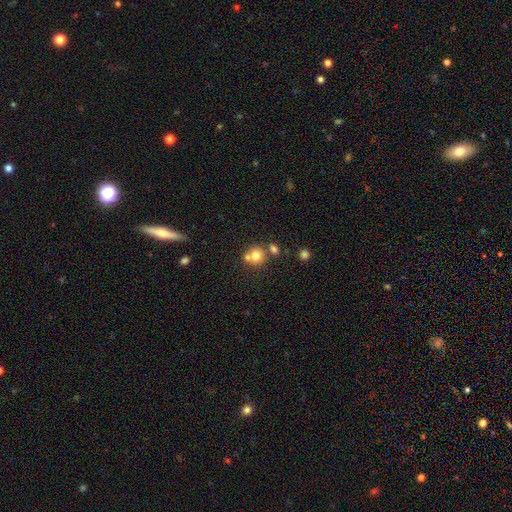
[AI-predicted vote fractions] smooth 74%, star or artifact 13%, featured or disk 13%. Down the decision tree: how rounded — round (87%); merging — none (54%).